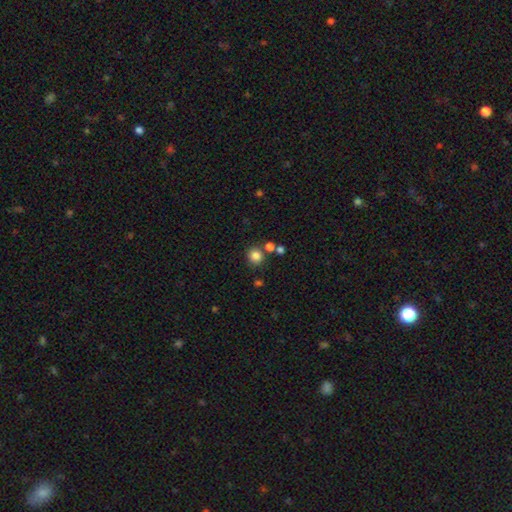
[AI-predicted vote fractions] Smooth or featured: smooth — 83% (star or artifact — 12%)
How rounded: round — 91% (in between — 8%)
Merging: none — 77% (merger — 11%)